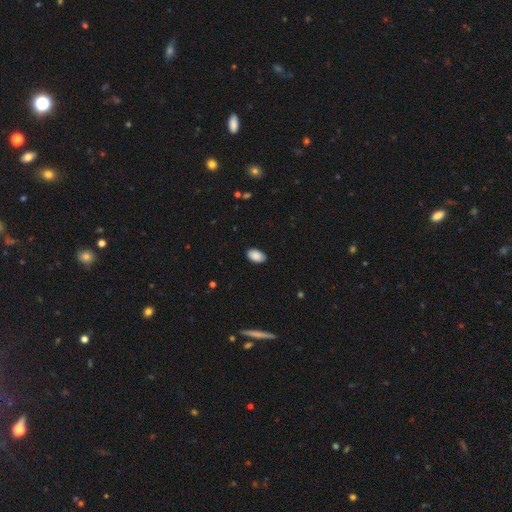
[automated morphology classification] type=smooth (89%); roundness=in between (92%); merging=none (88%).